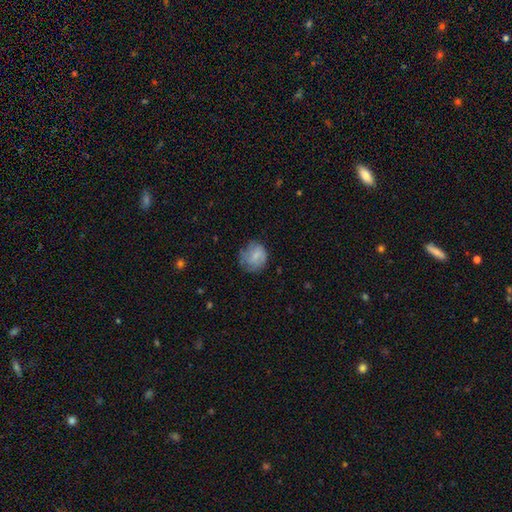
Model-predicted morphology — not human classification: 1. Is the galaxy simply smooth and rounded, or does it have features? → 66% smooth, 26% featured or disk, 8% star or artifact.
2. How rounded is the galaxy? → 74% round, 25% in between, 1% cigar-shaped.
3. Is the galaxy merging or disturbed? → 60% none, 27% minor disturbance, 12% major disturbance, 2% merger.